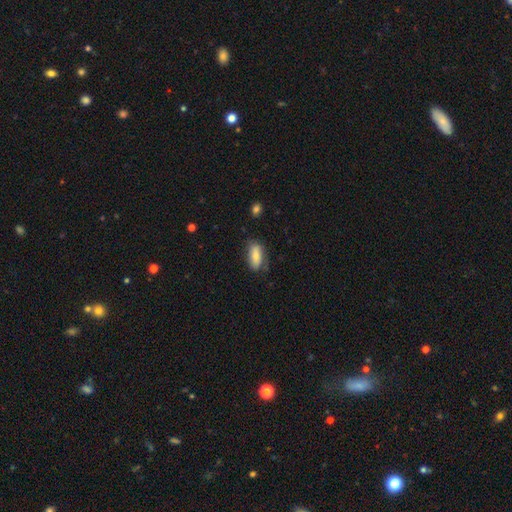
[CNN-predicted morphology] Smooth or featured? smooth (75%)
How rounded? in between (81%)
Merging? none (66%)